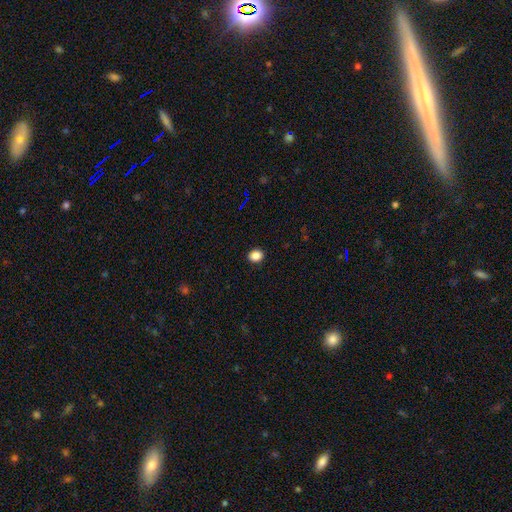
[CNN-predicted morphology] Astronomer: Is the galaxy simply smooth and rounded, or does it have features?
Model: smooth — 87%.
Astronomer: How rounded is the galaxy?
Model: round — 61% (runner-up: in between, 38%).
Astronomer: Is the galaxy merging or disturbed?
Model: none — 91%.